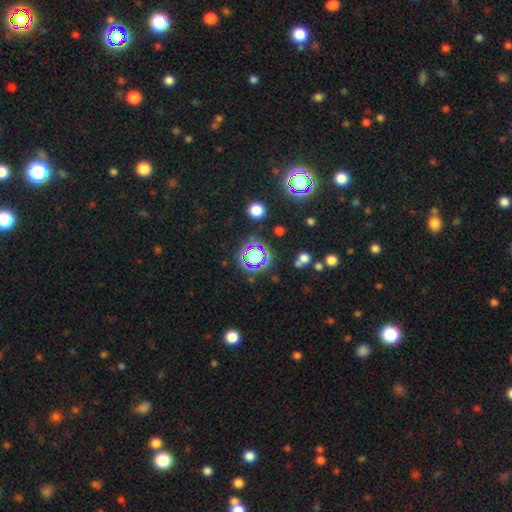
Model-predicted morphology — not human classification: A star or artifact, not a galaxy (57%).

Vote fractions:
- Smooth or featured? star or artifact: 57% / smooth: 32% / featured or disk: 12%